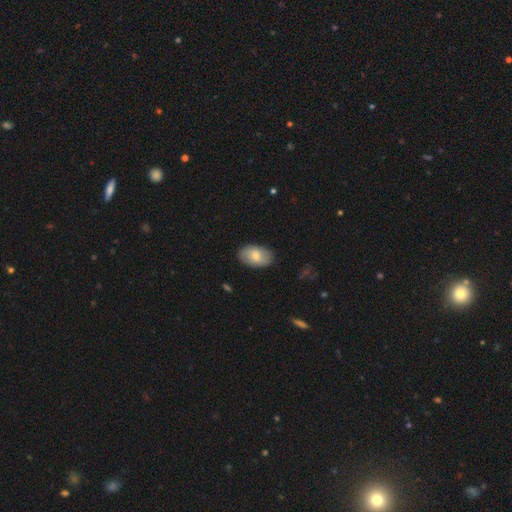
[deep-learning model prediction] The model was most divided on "smooth or featured": smooth: 67%, featured or disk: 26%, star or artifact: 6%. More confident: how rounded — in between (91%); merging — none (85%).